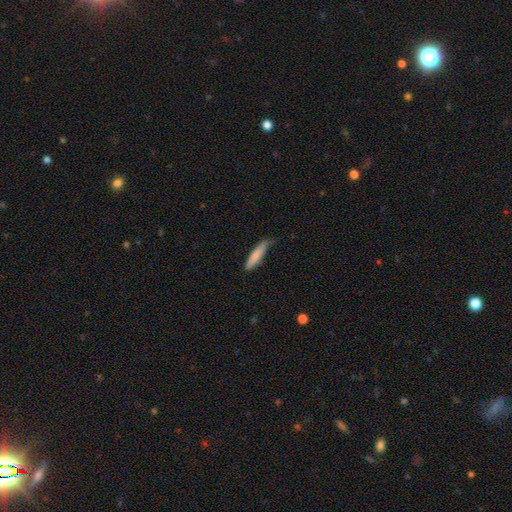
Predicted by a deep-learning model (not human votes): This is likely a smooth galaxy (79%). How rounded: clearly cigar-shaped (84%). Merging: likely none (66%).